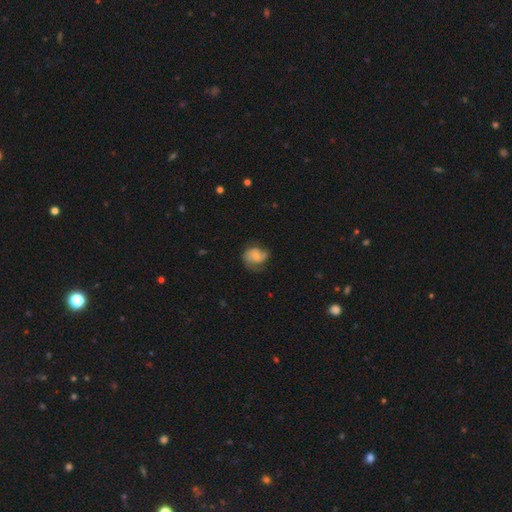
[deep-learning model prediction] Smooth or featured: featured or disk — 57% (smooth — 35%)
Edge-on disk: no — 98% (yes — 2%)
Bar: no — 68% (weak — 27%)
Spiral arms: yes — 88% (no — 12%)
Bulge size: small — 54% (moderate — 36%)
Merging: none — 57% (minor disturbance — 28%)